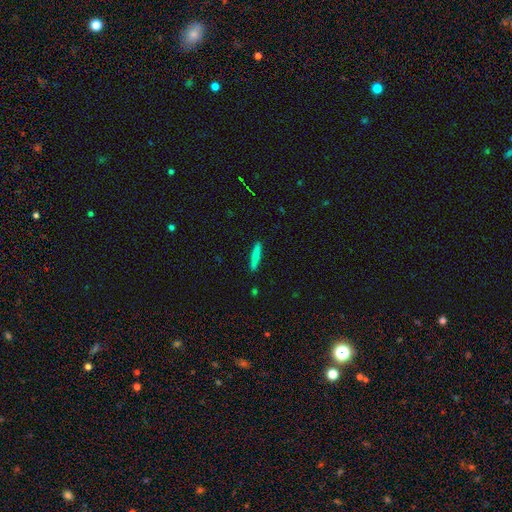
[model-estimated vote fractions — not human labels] Overall: smooth (81%). How rounded: cigar-shaped (93%). Merging: none (90%).